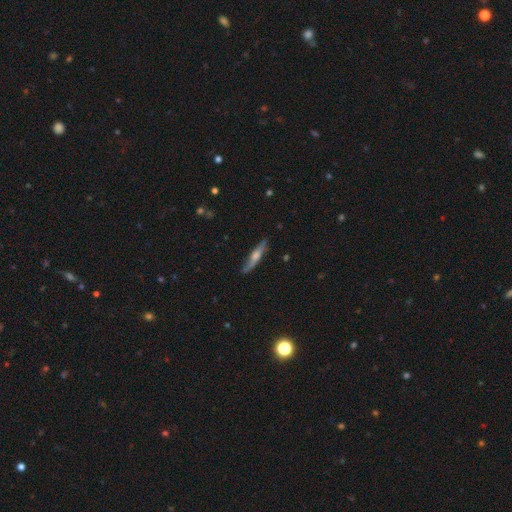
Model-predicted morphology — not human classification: Smooth or featured? Predicted: featured or disk (p=0.64). Edge-on disk? Predicted: yes (p=0.86). Edge-on bulge? Predicted: rounded (p=0.78). Merging? Predicted: none (p=0.78).